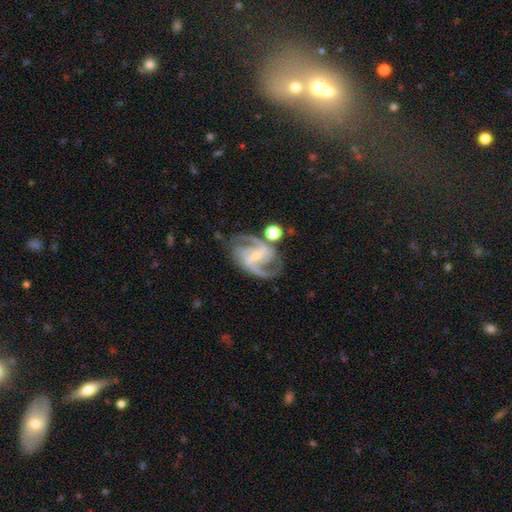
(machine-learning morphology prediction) Smooth or featured: featured or disk — 91% (star or artifact — 5%)
Edge-on disk: no — 98% (yes — 2%)
Bar: weak — 44% (strong — 34%)
Spiral arms: yes — 98% (no — 2%)
Spiral winding: medium — 60% (tight — 22%)
Spiral arm count: 2 — 59% (3 — 25%)
Bulge size: small — 71% (moderate — 22%)
Merging: none — 69% (minor disturbance — 17%)